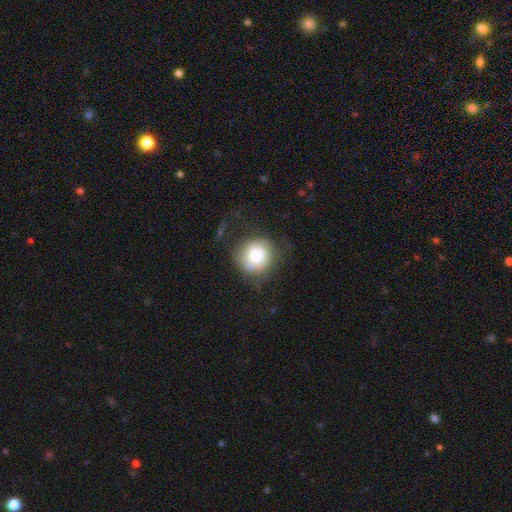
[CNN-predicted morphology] This is likely a smooth galaxy (72%). How rounded: clearly round (90%). Merging: likely none (62%).